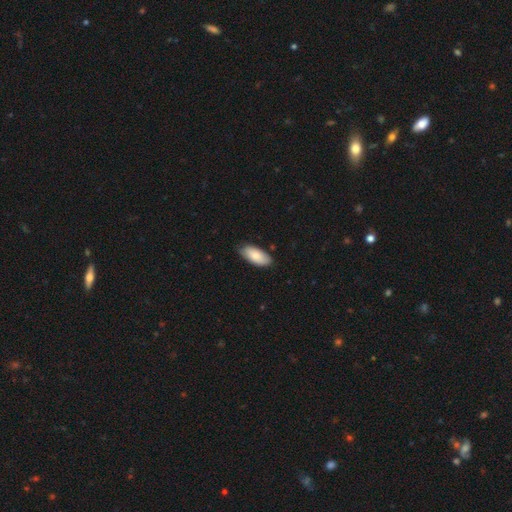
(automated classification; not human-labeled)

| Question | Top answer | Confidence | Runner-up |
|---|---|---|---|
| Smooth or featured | smooth | 82% | featured or disk (12%) |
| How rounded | in between | 91% | cigar-shaped (7%) |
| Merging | none | 80% | minor disturbance (16%) |